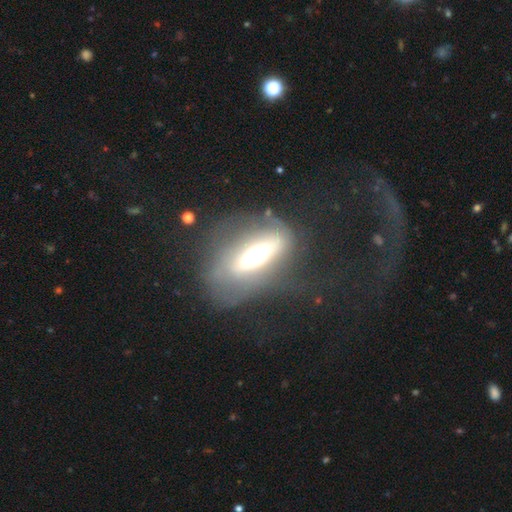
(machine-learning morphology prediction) Smooth or featured: featured or disk — 55% (smooth — 34%)
Edge-on disk: no — 59% (yes — 41%)
Merging: none — 55% (major disturbance — 24%)